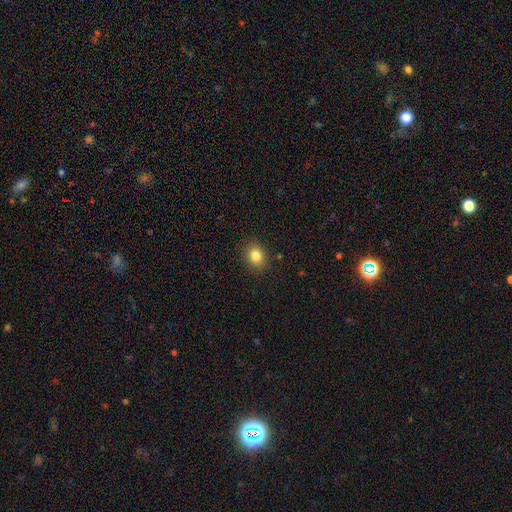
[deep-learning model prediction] This is clearly a smooth galaxy (83%). How rounded: possibly round (53%). Merging: clearly none (87%).